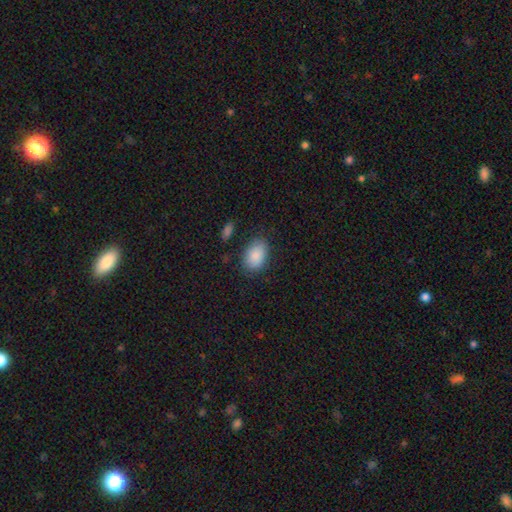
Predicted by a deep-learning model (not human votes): Q: Smooth or featured?
A: smooth (88%); runner-up: star or artifact (7%)
Q: How rounded?
A: in between (87%); runner-up: round (12%)
Q: Merging?
A: none (76%); runner-up: minor disturbance (16%)